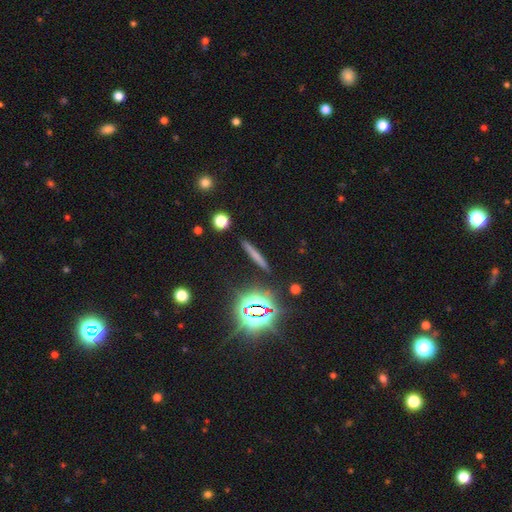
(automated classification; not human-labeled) Smooth or featured? smooth (58%)
How rounded? cigar-shaped (92%)
Merging? none (89%)